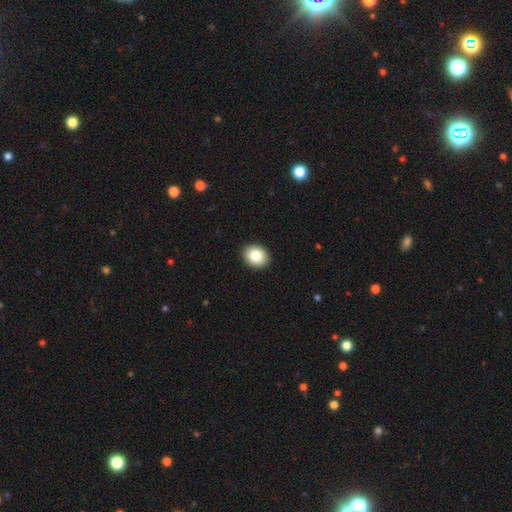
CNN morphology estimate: Smooth or featured?
  - smooth: 86% *
  - star or artifact: 8%
  - featured or disk: 6%
How rounded?
  - round: 50% *
  - in between: 49%
  - cigar-shaped: 1%
Merging?
  - none: 91% *
  - minor disturbance: 6%
  - major disturbance: 2%
  - merger: 1%